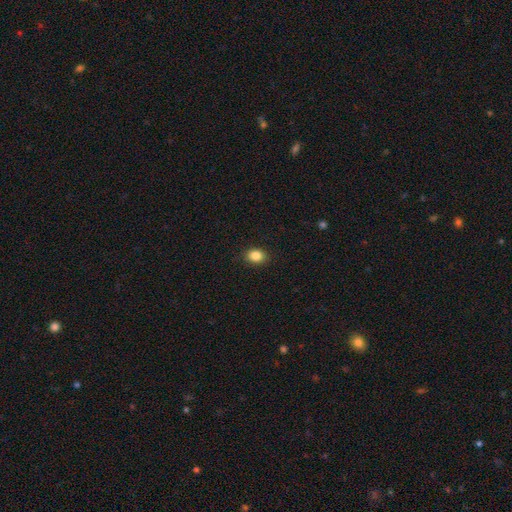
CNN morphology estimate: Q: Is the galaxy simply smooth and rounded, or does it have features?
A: smooth — 86%.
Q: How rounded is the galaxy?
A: in between — 53%.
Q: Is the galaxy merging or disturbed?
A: none — 89%.